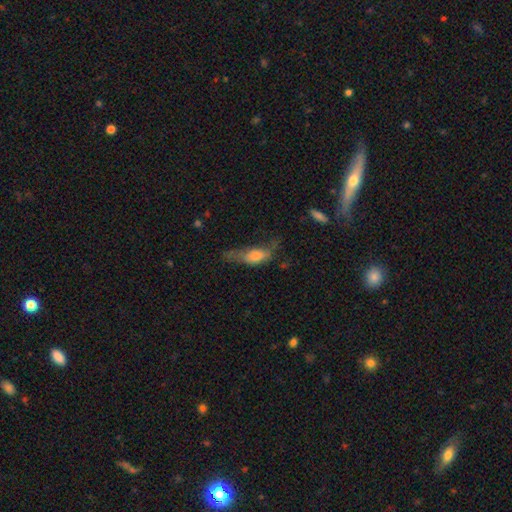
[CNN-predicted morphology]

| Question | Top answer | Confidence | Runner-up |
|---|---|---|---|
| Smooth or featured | smooth | 61% | featured or disk (30%) |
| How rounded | in between | 63% | cigar-shaped (33%) |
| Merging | major disturbance | 37% | none (29%) |